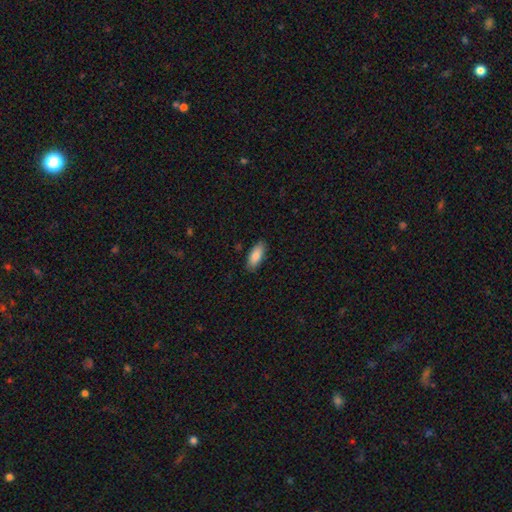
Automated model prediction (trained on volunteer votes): Smooth or featured?
  - smooth: 87% *
  - featured or disk: 7%
  - star or artifact: 6%
How rounded?
  - in between: 82% *
  - cigar-shaped: 16%
  - round: 2%
Merging?
  - none: 87% *
  - minor disturbance: 10%
  - major disturbance: 2%
  - merger: 1%